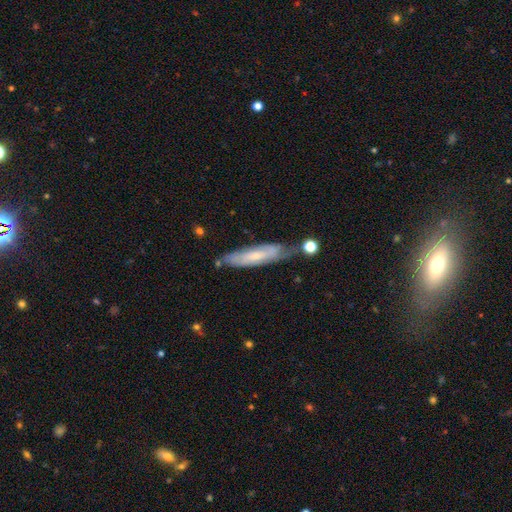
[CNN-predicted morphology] A featured or disk galaxy (51%).

Vote fractions:
- Smooth or featured? featured or disk: 51% / smooth: 42% / star or artifact: 6%
- Edge-on disk? no: 58% / yes: 42%
- Merging? none: 55% / minor disturbance: 27% / major disturbance: 10% / merger: 9%